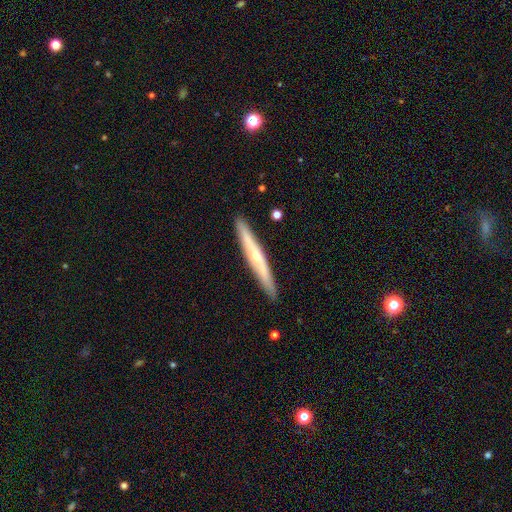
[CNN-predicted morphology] This appears to be a featured or disk galaxy (58%) viewed edge-on (95%) with a rounded central bulge (63%). Merging: none (91%).